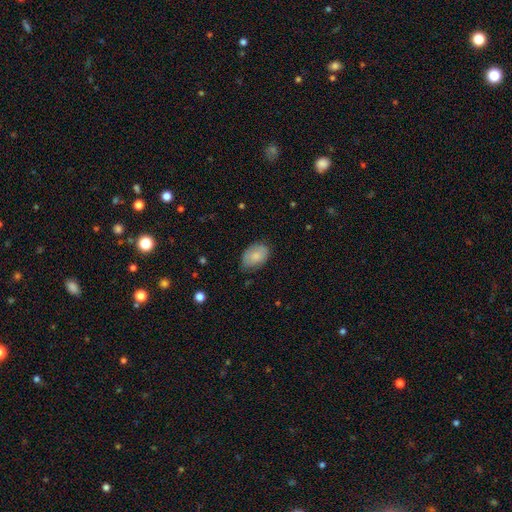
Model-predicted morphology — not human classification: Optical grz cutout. It shows a smooth galaxy with no disk features (79%) that is in between round and cigar-shaped (87%). Merging: none (71%).